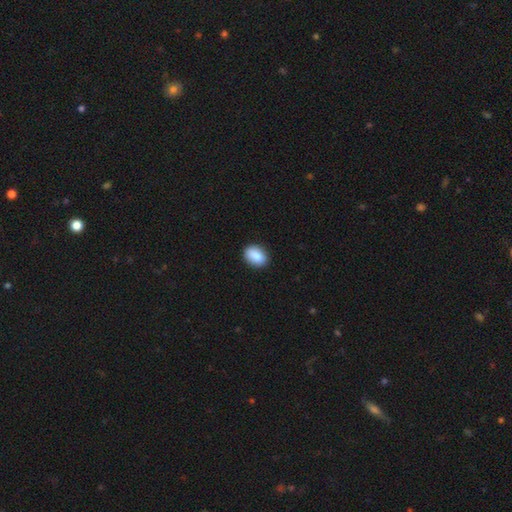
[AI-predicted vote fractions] Smooth or featured? smooth (88%)
How rounded? in between (80%)
Merging? none (88%)